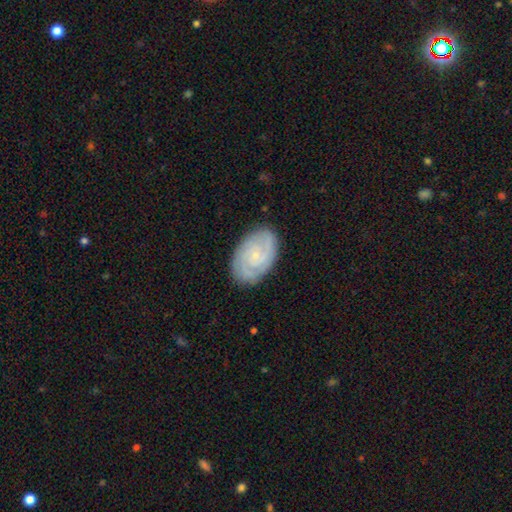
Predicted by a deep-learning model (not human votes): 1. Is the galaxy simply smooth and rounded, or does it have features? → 78% featured or disk, 16% smooth, 6% star or artifact.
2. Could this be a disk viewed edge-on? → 97% no, 3% yes.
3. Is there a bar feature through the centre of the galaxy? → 69% no, 27% weak, 4% strong.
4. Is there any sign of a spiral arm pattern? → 95% yes, 5% no.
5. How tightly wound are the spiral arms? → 62% tight, 31% medium, 7% loose.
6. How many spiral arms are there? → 40% 2, 23% can't tell, 22% 3, 6% 4, 5% 1, 5% more than 4.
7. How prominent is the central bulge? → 82% small, 12% moderate, 5% none, 1% large, 1% dominant.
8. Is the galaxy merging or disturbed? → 83% none, 13% minor disturbance, 3% major disturbance, 1% merger.